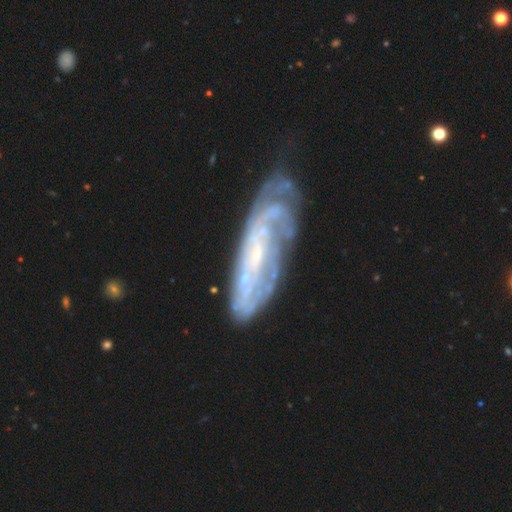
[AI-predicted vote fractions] A featured or disk galaxy (82%) with no bar (55%), tight (64%) spiral arms (89%) and a small central bulge (71%).

Vote fractions:
- Smooth or featured? featured or disk: 82% / smooth: 12% / star or artifact: 6%
- Edge-on disk? no: 83% / yes: 17%
- Bar? no: 55% / weak: 31% / strong: 14%
- Spiral arms? yes: 89% / no: 11%
- Spiral winding? tight: 64% / medium: 27% / loose: 9%
- Spiral arm count? can't tell: 50% / 2: 22% / 3: 11% / 4: 7% / 1: 5% / more than 4: 5%
- Bulge size? small: 71% / moderate: 16% / none: 11% / large: 2% / dominant: 1%
- Merging? none: 59% / minor disturbance: 25% / major disturbance: 13% / merger: 3%